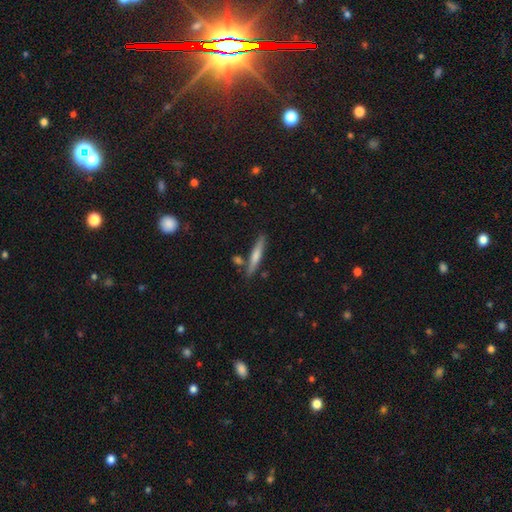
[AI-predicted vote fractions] This is possibly a featured or disk galaxy (52%). It is clearly viewed edge-on (95%). Merging: clearly none (82%).